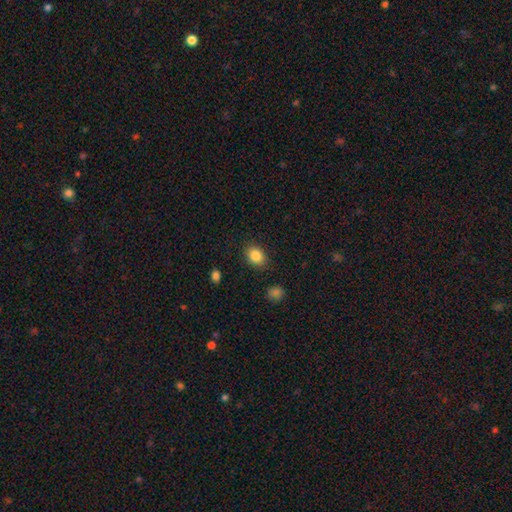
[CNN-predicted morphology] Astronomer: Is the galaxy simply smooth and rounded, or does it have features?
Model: smooth — 86%.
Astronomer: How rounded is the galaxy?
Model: in between — 59% (runner-up: round, 40%).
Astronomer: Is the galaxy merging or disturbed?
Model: none — 86%.